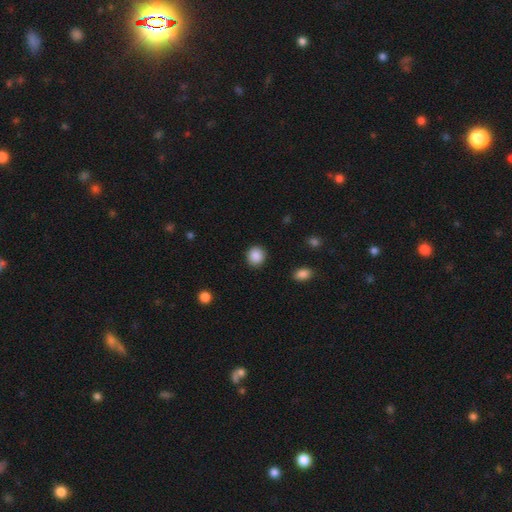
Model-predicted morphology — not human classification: smooth-or-featured: smooth: 89% | star or artifact: 8% | featured or disk: 3%
  how-rounded: round: 85% | in between: 14% | cigar-shaped: 1%
  merging: none: 90% | minor disturbance: 6% | major disturbance: 2% | merger: 1%